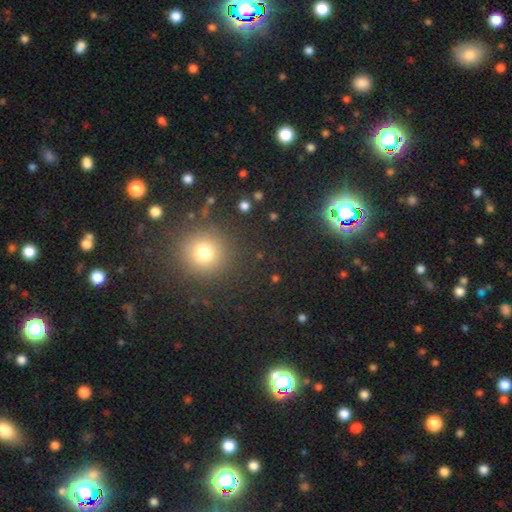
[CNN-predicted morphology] type=smooth (49%); merging=none (90%).